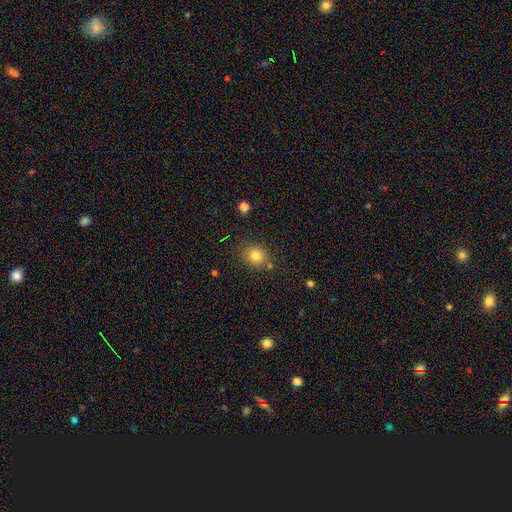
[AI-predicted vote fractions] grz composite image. It shows a smooth galaxy with no disk features (81%) that is round (70%). Merging: none (78%).